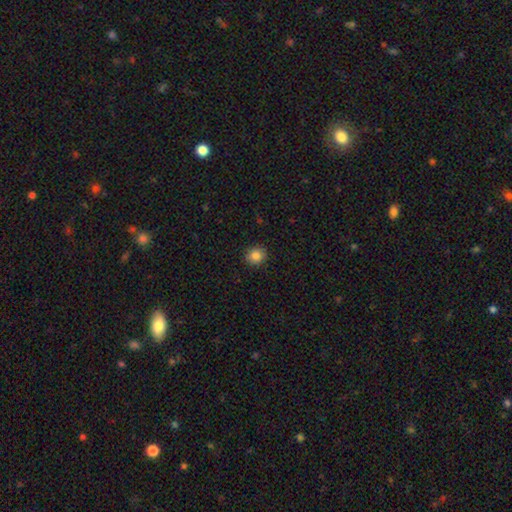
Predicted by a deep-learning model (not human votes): Smooth or featured? Predicted: smooth (p=0.85). How rounded? Predicted: round (p=0.83). Merging? Predicted: none (p=0.90).